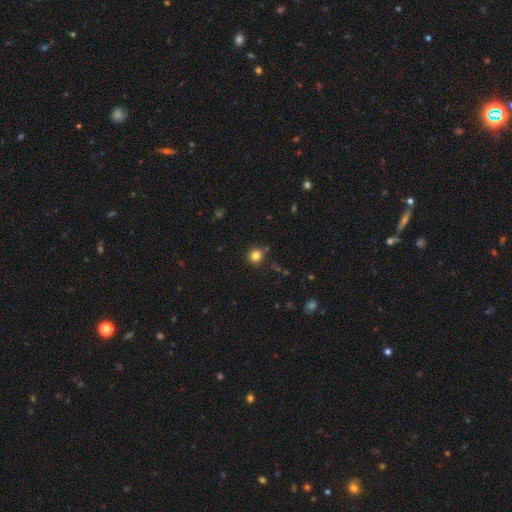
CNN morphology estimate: smooth-or-featured: smooth: 82% | star or artifact: 13% | featured or disk: 6%
  how-rounded: round: 93% | in between: 6% | cigar-shaped: 1%
  merging: none: 85% | minor disturbance: 8% | merger: 4% | major disturbance: 2%